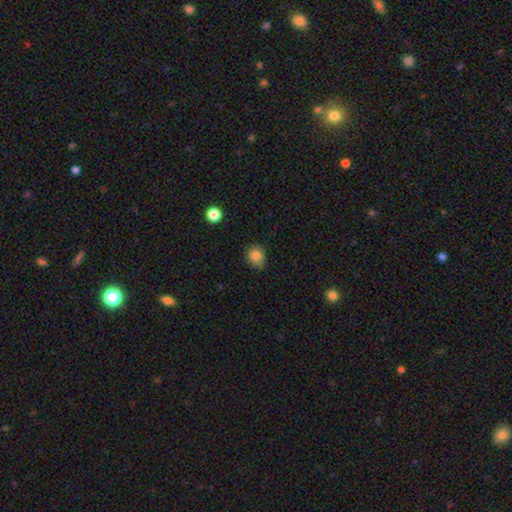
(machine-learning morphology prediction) Overall: smooth (82%). How rounded: round (77%). Merging: none (74%).